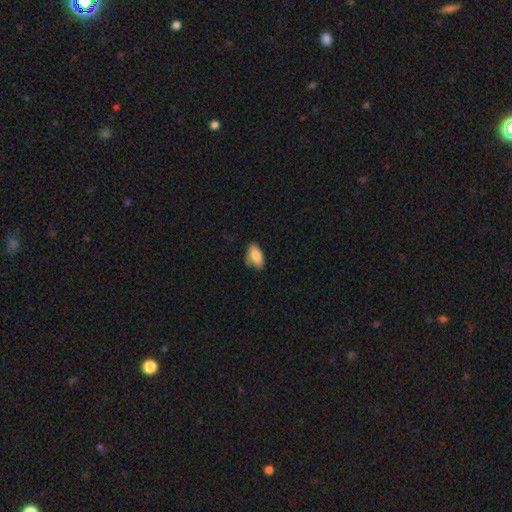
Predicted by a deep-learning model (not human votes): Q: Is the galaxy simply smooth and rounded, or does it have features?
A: smooth — 84%.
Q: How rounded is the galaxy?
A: in between — 91%.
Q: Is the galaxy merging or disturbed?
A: none — 58%.